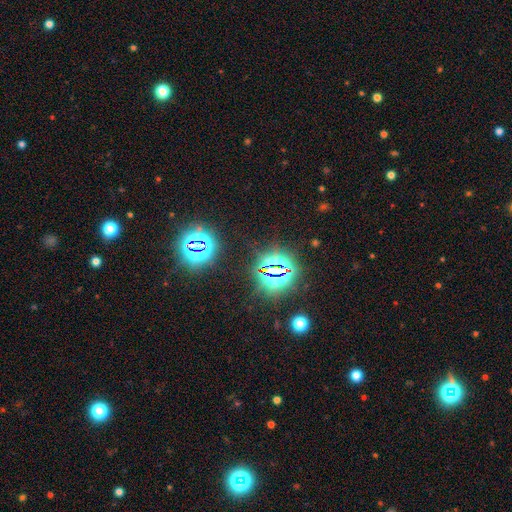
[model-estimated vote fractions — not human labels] Q: Smooth or featured?
A: star or artifact (80%); runner-up: smooth (13%)